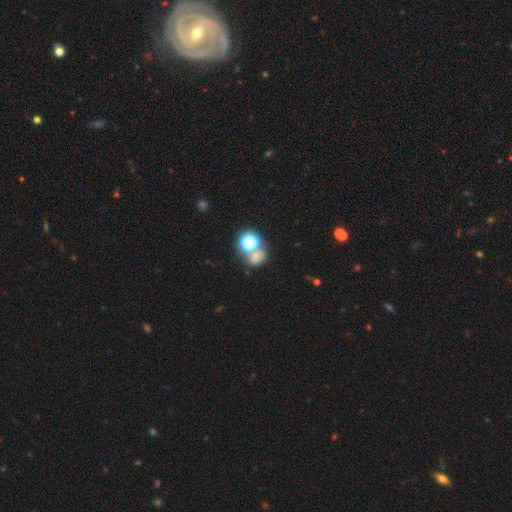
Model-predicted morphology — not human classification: A smooth galaxy with no disk features (57%) that is round (65%). Merging: none (46%).